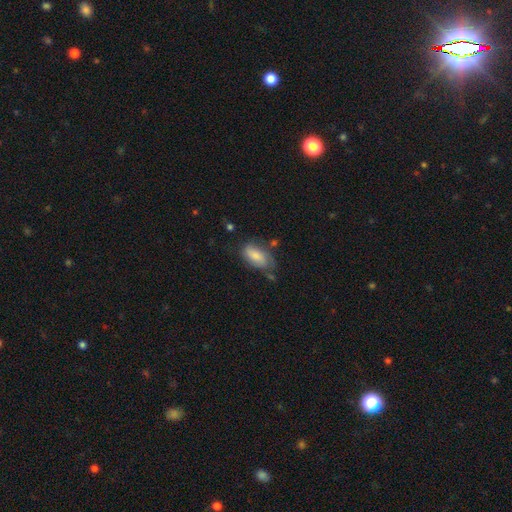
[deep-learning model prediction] Smooth or featured? Predicted: smooth (p=0.74). How rounded? Predicted: in between (p=0.90). Merging? Predicted: none (p=0.53).